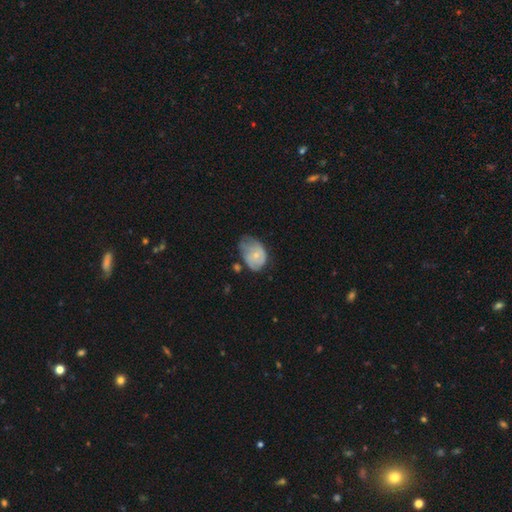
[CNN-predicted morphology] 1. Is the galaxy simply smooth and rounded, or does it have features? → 58% smooth, 34% featured or disk, 7% star or artifact.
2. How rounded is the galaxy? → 71% in between, 28% round, 1% cigar-shaped.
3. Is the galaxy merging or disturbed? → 44% minor disturbance, 28% major disturbance, 23% none, 4% merger.